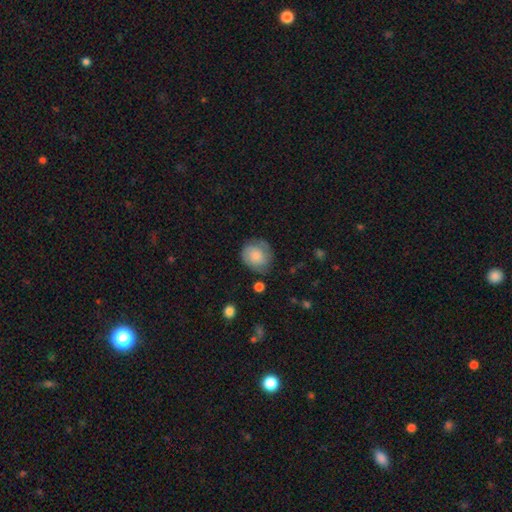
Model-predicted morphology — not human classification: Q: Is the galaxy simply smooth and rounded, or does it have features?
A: smooth — 66%.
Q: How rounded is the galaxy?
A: round — 76%.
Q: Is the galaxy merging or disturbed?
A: none — 67%.